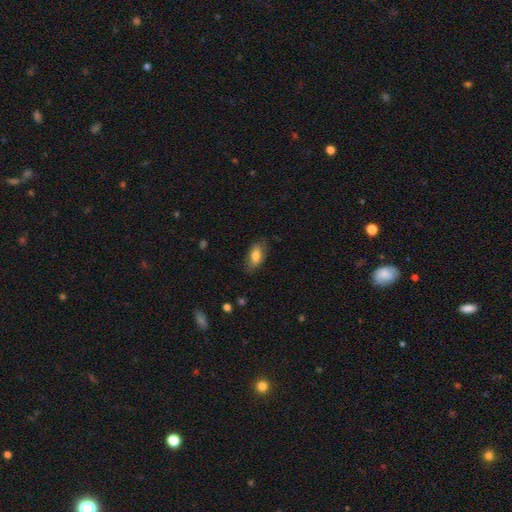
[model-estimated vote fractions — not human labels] Q: Smooth or featured?
A: smooth (76%); runner-up: featured or disk (17%)
Q: How rounded?
A: in between (88%); runner-up: cigar-shaped (8%)
Q: Merging?
A: none (77%); runner-up: minor disturbance (17%)